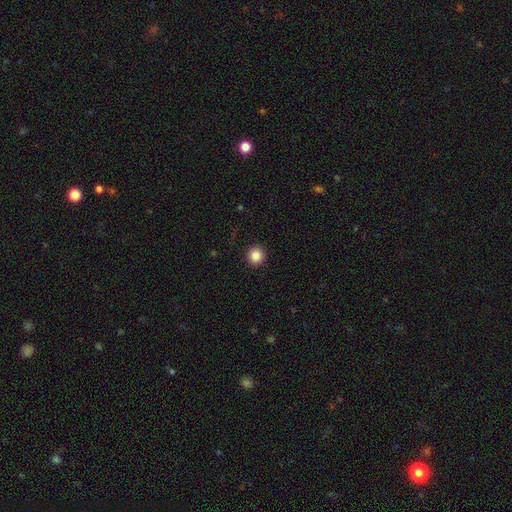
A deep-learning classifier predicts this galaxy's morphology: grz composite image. It shows a smooth galaxy with no disk features (86%) that is round (94%). Merging: none (93%).